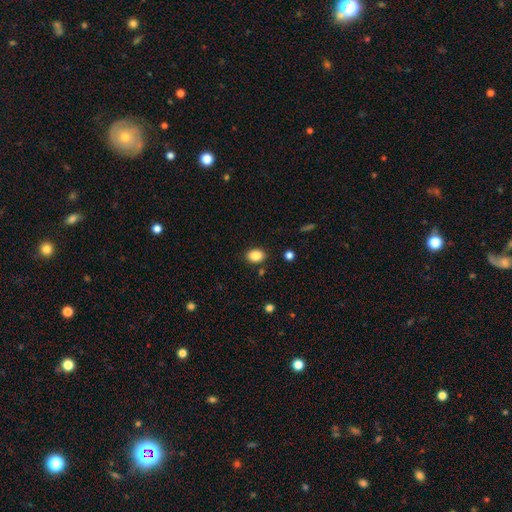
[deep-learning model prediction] Smooth or featured?
  - smooth: 87% *
  - star or artifact: 9%
  - featured or disk: 4%
How rounded?
  - in between: 69% *
  - round: 30%
  - cigar-shaped: 1%
Merging?
  - none: 85% *
  - minor disturbance: 10%
  - major disturbance: 3%
  - merger: 2%